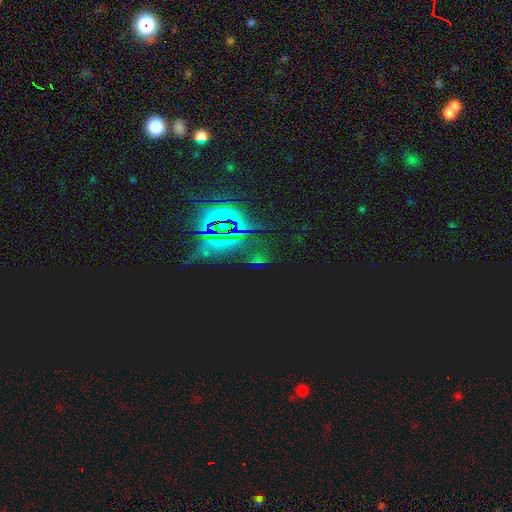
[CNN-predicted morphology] type=star or artifact (84%).